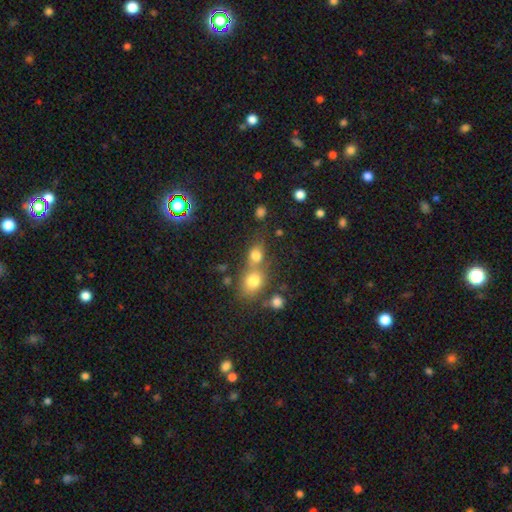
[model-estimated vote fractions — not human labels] A smooth galaxy with no disk features (76%) that is round (56%).

Vote fractions:
- Smooth or featured? smooth: 76% / star or artifact: 14% / featured or disk: 10%
- How rounded? round: 56% / in between: 42% / cigar-shaped: 2%
- Merging? merger: 50% / none: 38% / minor disturbance: 8% / major disturbance: 4%